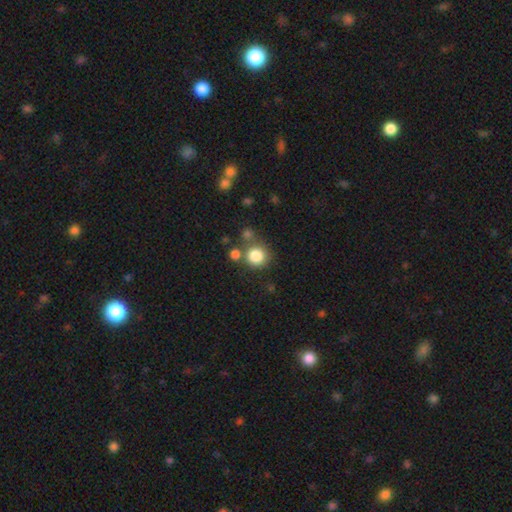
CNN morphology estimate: A smooth galaxy with no disk features (83%) that is round (91%). Merging: none (68%).